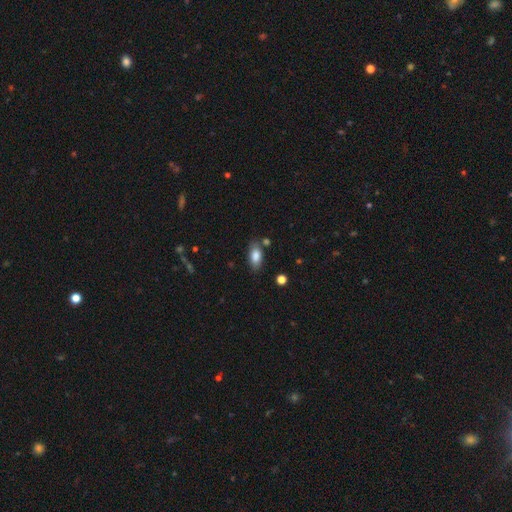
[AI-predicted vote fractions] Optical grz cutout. It shows a smooth galaxy with no disk features (83%) that is in between round and cigar-shaped (89%). Merging: none (77%).